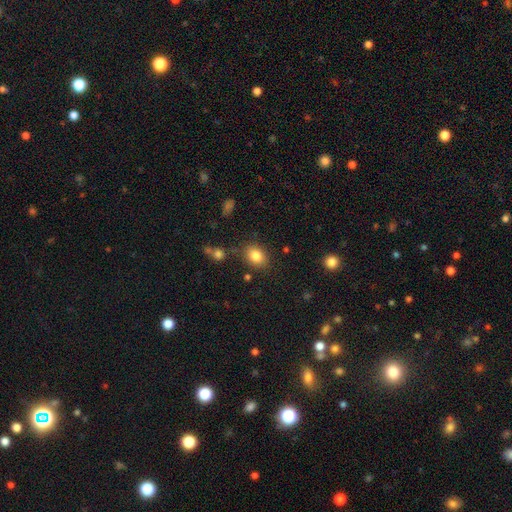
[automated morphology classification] A smooth galaxy with no disk features (83%) that is in between round and cigar-shaped (58%). Merging: none (80%).